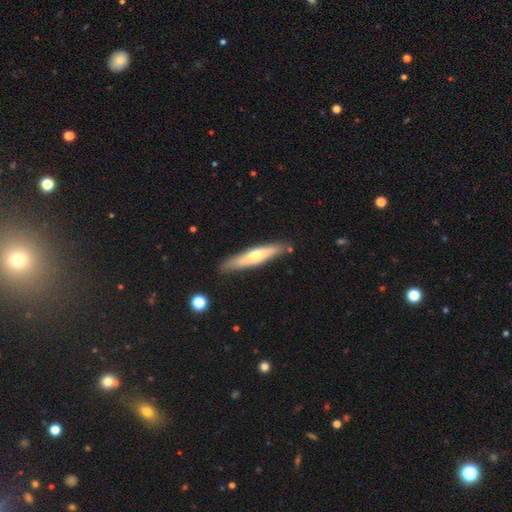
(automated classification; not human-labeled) smooth_or_featured: smooth (p=0.53) [alt: featured or disk p=0.42]
how_rounded: cigar-shaped (p=0.85) [alt: in between p=0.13]
merging: none (p=0.84) [alt: minor disturbance p=0.11]